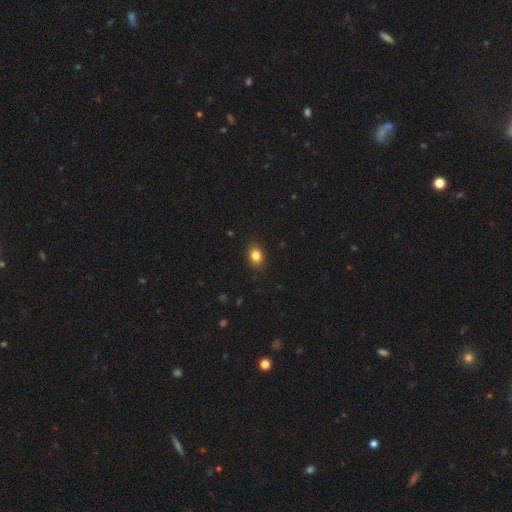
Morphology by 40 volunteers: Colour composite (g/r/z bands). It shows a smooth galaxy with no disk features (80%) that is in between round and cigar-shaped (78%). Merging: none (92%).